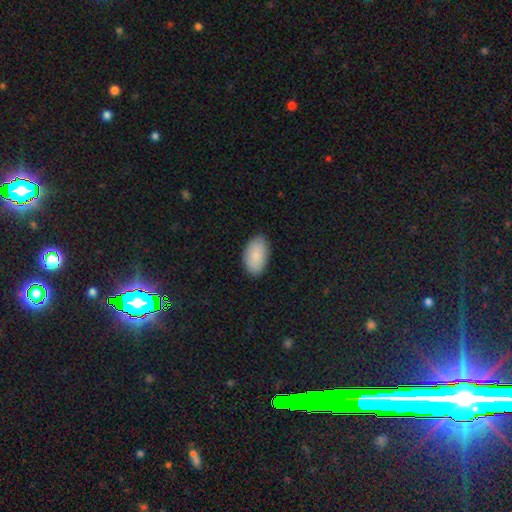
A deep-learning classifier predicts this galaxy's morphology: This appears to be a smooth galaxy with no disk features (88%) that is in between round and cigar-shaped (95%). Merging: none (86%).